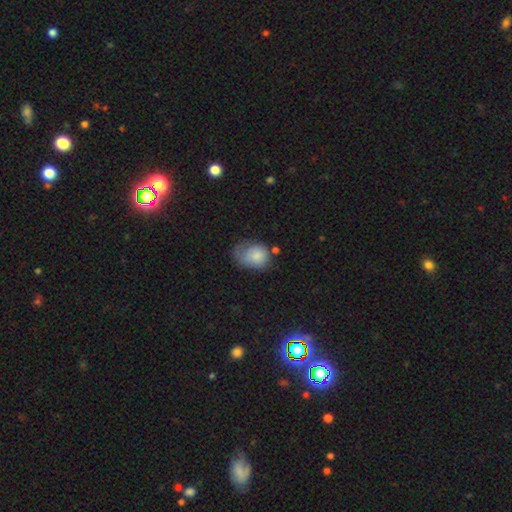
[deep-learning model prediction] Smooth or featured: smooth — 77% (featured or disk — 14%)
How rounded: in between — 60% (round — 39%)
Merging: minor disturbance — 36% (major disturbance — 30%)